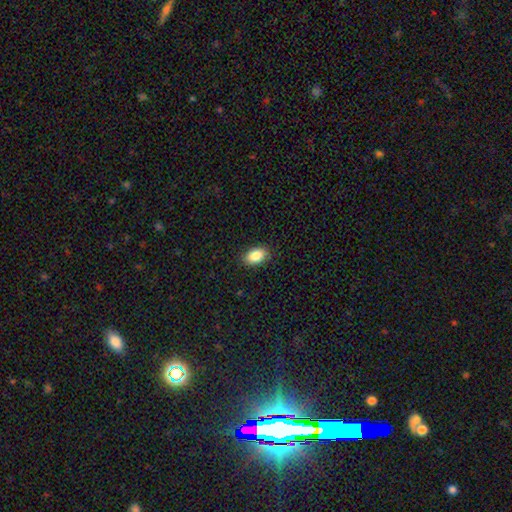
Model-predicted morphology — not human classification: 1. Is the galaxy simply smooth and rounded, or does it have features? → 87% smooth, 8% star or artifact, 6% featured or disk.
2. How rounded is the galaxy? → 90% in between, 8% round, 2% cigar-shaped.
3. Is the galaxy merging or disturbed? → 88% none, 9% minor disturbance, 2% major disturbance, 1% merger.